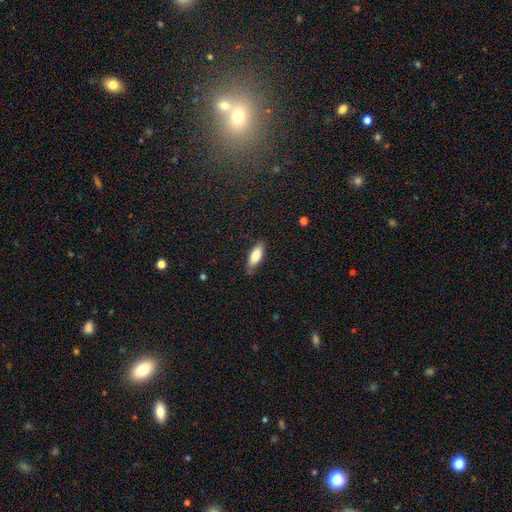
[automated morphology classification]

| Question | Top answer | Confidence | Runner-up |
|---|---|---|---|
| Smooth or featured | smooth | 78% | featured or disk (16%) |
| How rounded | in between | 74% | cigar-shaped (25%) |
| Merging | none | 79% | minor disturbance (16%) |